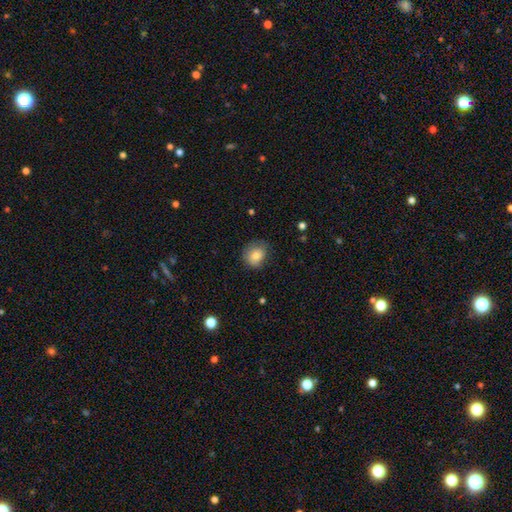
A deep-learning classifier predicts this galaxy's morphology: Smooth or featured? Predicted: smooth (p=0.79). How rounded? Predicted: round (p=0.69). Merging? Predicted: none (p=0.65).